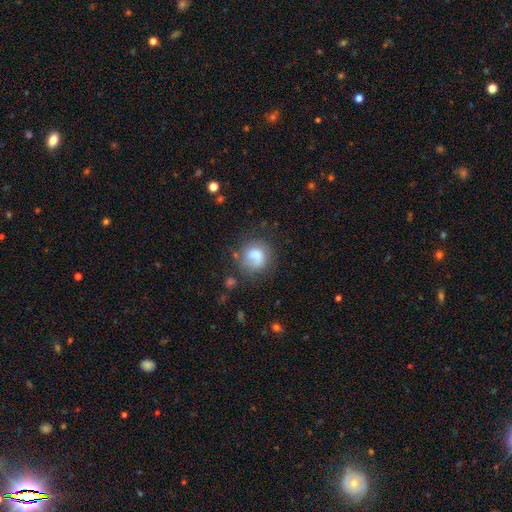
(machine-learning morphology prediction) This is likely a smooth galaxy (73%). How rounded: likely round (77%). Merging: possibly none (53%).